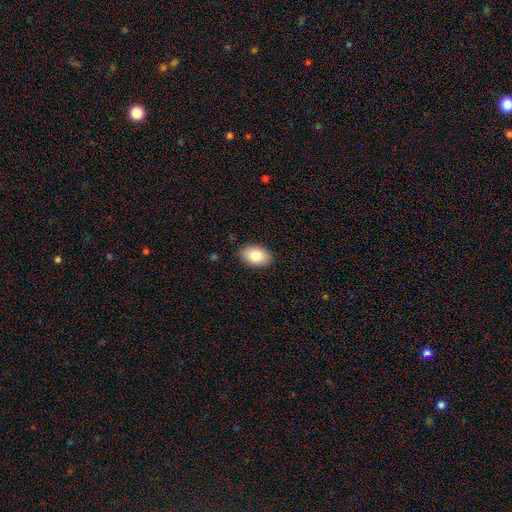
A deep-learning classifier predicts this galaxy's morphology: This appears to be a smooth galaxy with no disk features (82%) that is in between round and cigar-shaped (90%). Merging: none (86%).